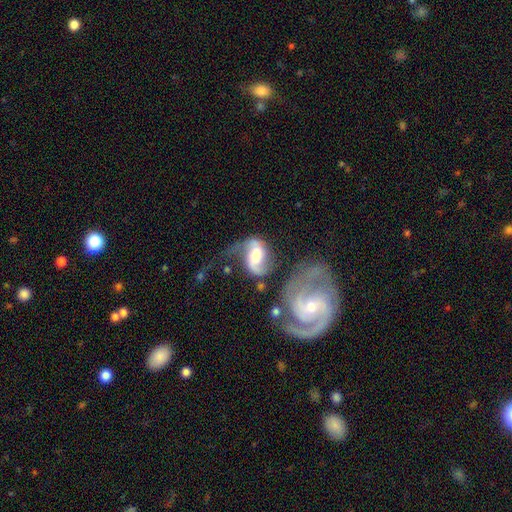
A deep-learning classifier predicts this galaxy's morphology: The model was most divided on "bulge size": large: 34%, moderate: 32%, small: 15%, none: 12%, dominant: 7%. Remaining: edge-on disk — no (97%); spiral arms — yes (93%); spiral arm count — 2 (88%); smooth or featured — featured or disk (78%); spiral winding — loose (52%); bar — weak (42%); merging — none (37%).